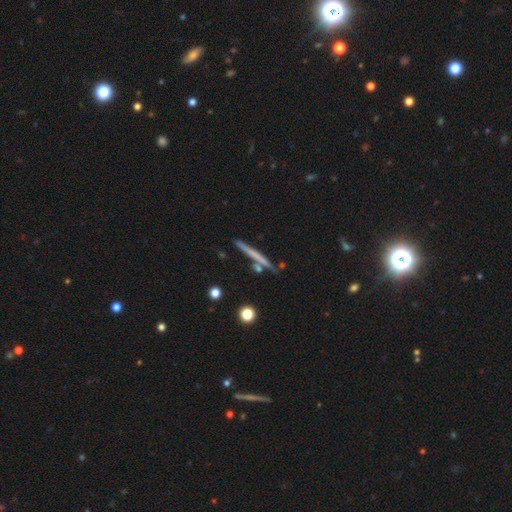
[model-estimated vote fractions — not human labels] Smooth or featured? Predicted: featured or disk (p=0.48). Merging? Predicted: none (p=0.82).